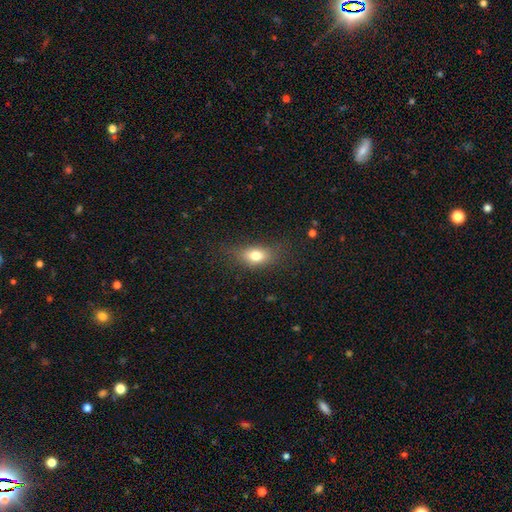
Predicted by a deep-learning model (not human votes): Smooth or featured? Predicted: smooth (p=0.76). How rounded? Predicted: in between (p=0.74). Merging? Predicted: none (p=0.75).